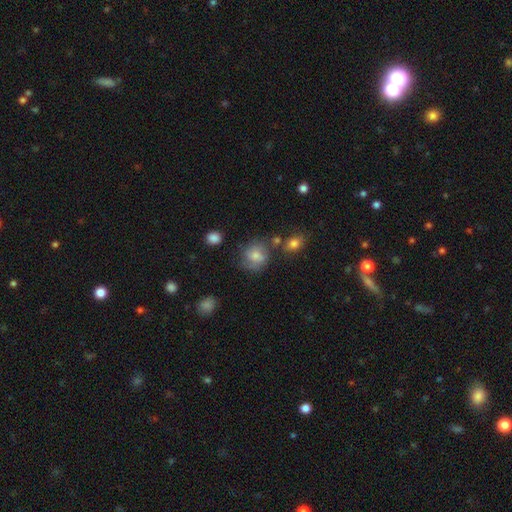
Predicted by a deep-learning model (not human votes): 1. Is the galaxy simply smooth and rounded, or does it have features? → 69% smooth, 21% featured or disk, 10% star or artifact.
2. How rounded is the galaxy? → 69% round, 29% in between, 1% cigar-shaped.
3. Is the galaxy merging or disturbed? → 57% none, 24% minor disturbance, 12% major disturbance, 8% merger.